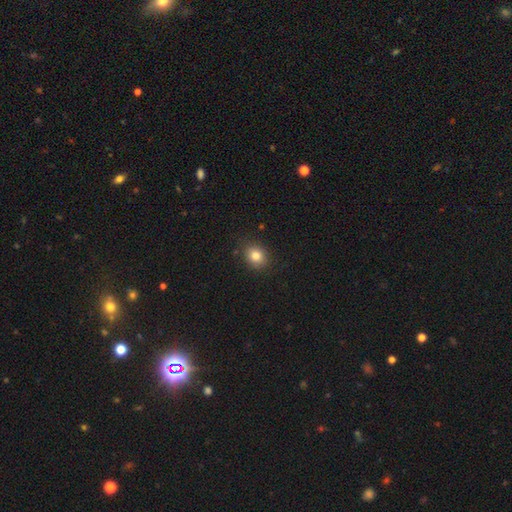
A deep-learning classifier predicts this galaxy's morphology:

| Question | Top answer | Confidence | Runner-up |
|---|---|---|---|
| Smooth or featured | smooth | 82% | star or artifact (11%) |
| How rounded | round | 61% | in between (38%) |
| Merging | none | 84% | minor disturbance (12%) |